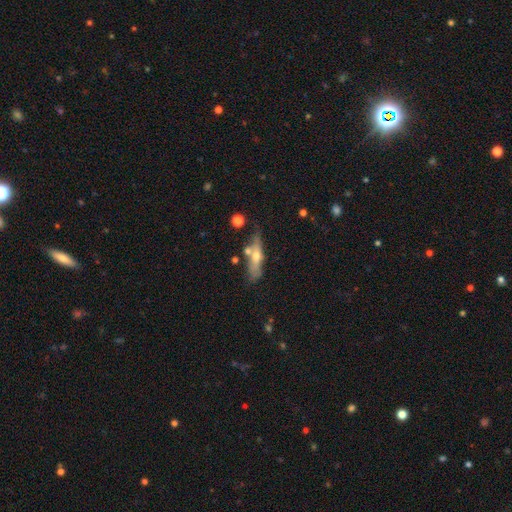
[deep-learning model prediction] smooth-or-featured: featured or disk: 49% | smooth: 44% | star or artifact: 7%
  merging: none: 58% | minor disturbance: 21% | merger: 14% | major disturbance: 7%